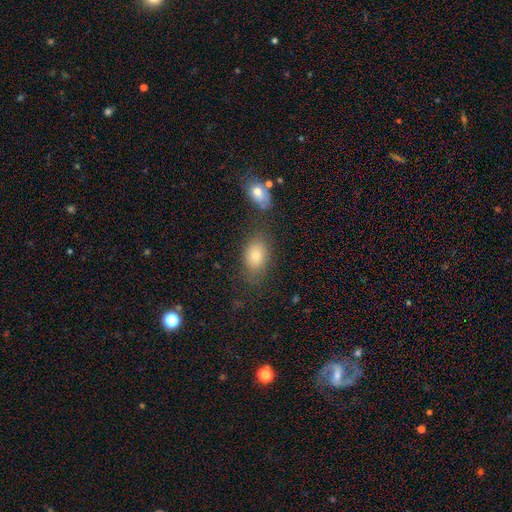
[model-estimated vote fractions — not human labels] This is likely a smooth galaxy (79%). How rounded: clearly in between (83%). Merging: likely none (68%).